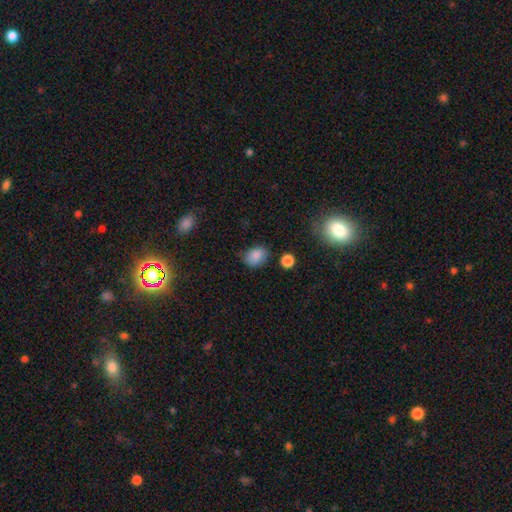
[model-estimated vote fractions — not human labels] Smooth or featured: smooth — 85% (star or artifact — 10%)
How rounded: in between — 66% (round — 33%)
Merging: none — 74% (minor disturbance — 19%)